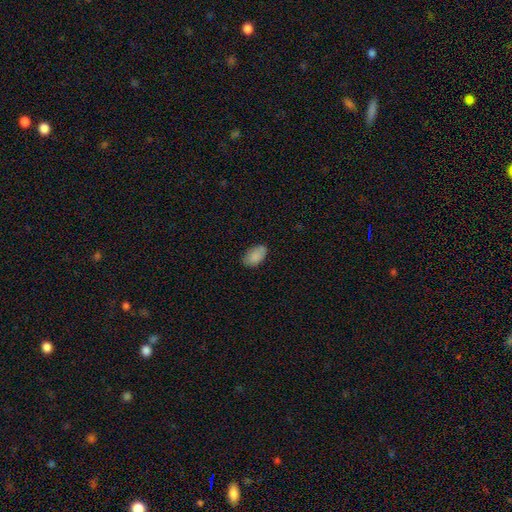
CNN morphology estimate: Q: Smooth or featured?
A: smooth (88%); runner-up: star or artifact (7%)
Q: How rounded?
A: in between (93%); runner-up: round (5%)
Q: Merging?
A: none (81%); runner-up: minor disturbance (15%)